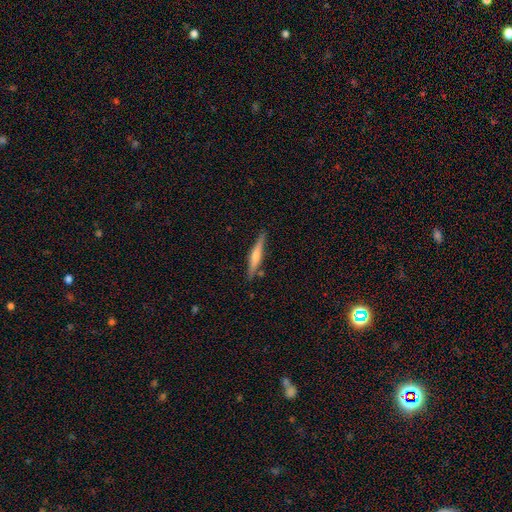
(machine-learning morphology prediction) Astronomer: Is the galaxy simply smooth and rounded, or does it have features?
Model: featured or disk — 63%.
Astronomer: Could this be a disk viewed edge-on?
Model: yes — 97%.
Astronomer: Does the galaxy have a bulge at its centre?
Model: rounded — 77%.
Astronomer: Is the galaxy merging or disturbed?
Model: none — 87%.